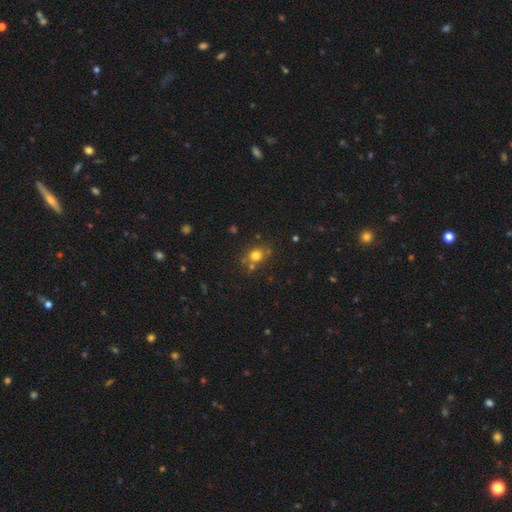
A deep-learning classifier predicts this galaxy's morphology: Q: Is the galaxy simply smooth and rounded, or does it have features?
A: smooth — 74%.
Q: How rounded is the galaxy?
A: round — 66%.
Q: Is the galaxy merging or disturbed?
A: none — 67%.